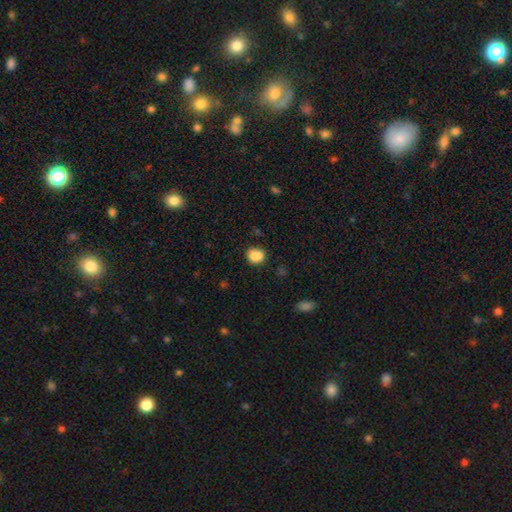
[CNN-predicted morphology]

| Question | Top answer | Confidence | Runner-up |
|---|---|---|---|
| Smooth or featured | smooth | 84% | star or artifact (10%) |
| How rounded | round | 66% | in between (33%) |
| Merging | none | 66% | minor disturbance (17%) |